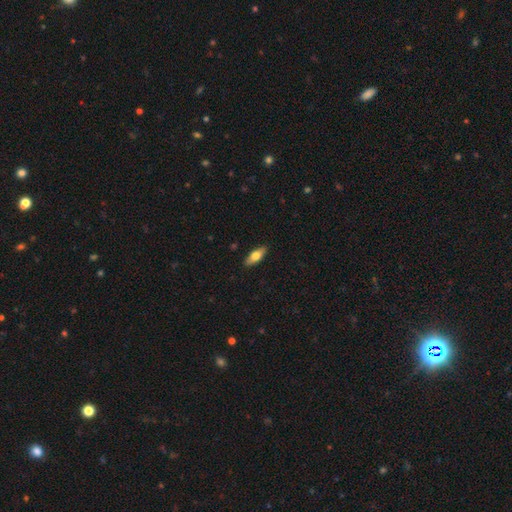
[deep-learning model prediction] Morphology: type=smooth (66%); roundness=in between (68%); merging=none (89%).